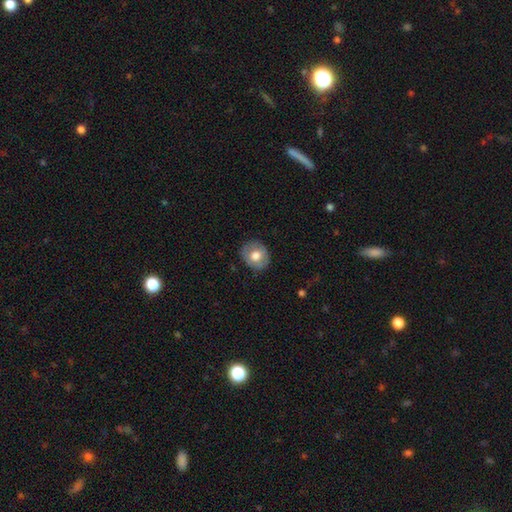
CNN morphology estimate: Smooth or featured: smooth — 66% (featured or disk — 27%)
How rounded: round — 70% (in between — 29%)
Merging: none — 83% (minor disturbance — 13%)